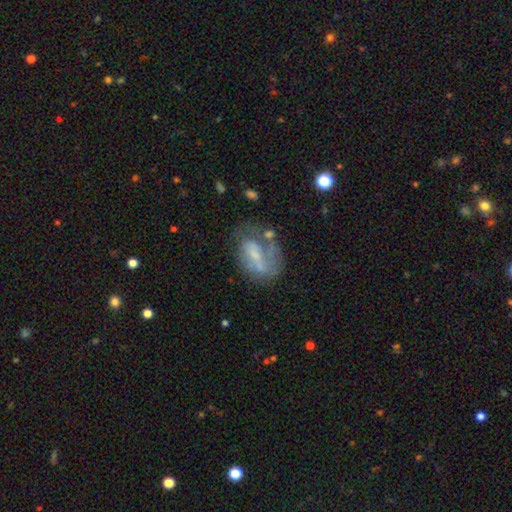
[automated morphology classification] featured or disk 61%, smooth 31%, star or artifact 9%. Down the decision tree: edge-on disk — no (95%); bar — weak (40%); spiral arms — yes (58%); bulge size — small (50%); merging — none (39%).